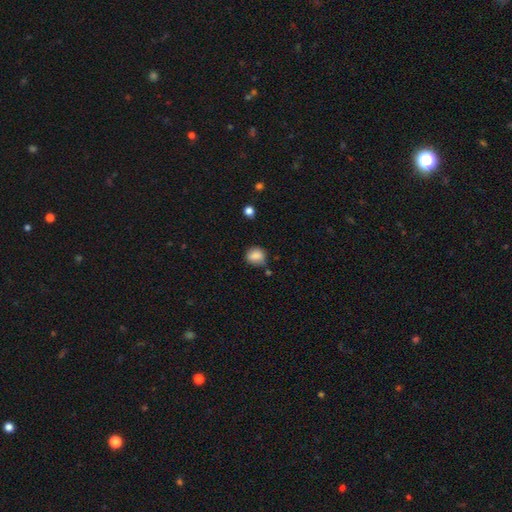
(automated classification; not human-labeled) smooth_or_featured: smooth (p=0.85) [alt: star or artifact p=0.09]
how_rounded: round (p=0.70) [alt: in between p=0.29]
merging: none (p=0.68) [alt: minor disturbance p=0.22]